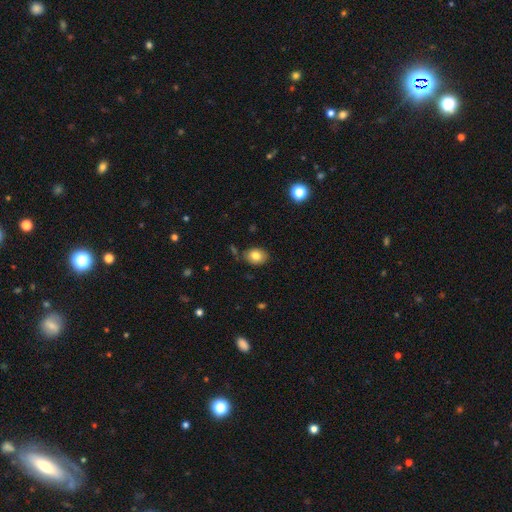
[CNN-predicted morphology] Overall: smooth (81%). How rounded: in between (61%; round 38%). Merging: none (81%).